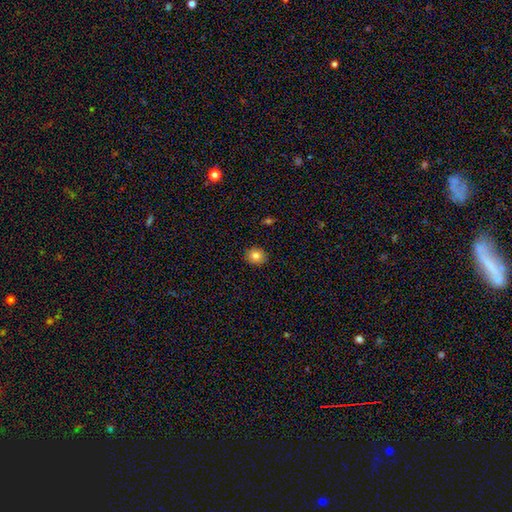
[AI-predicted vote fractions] The model was most divided on "how rounded": round: 78%, in between: 21%, cigar-shaped: 1%. More confident: merging — none (91%); smooth or featured — smooth (83%).